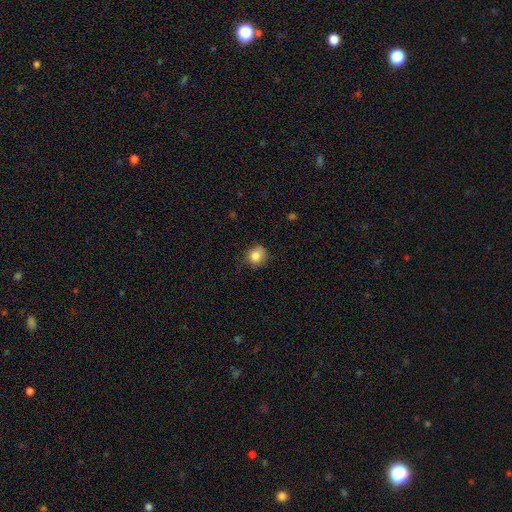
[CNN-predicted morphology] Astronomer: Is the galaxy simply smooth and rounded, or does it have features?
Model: smooth — 84%.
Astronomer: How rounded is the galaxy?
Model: round — 81%.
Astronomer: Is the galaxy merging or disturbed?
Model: none — 74%.